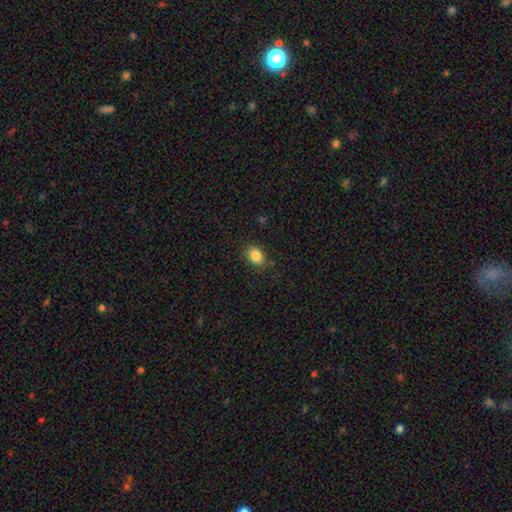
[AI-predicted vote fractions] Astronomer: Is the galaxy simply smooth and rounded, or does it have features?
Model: smooth — 84%.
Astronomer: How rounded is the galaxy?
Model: in between — 55% (runner-up: round, 44%).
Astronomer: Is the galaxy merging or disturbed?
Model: none — 83%.